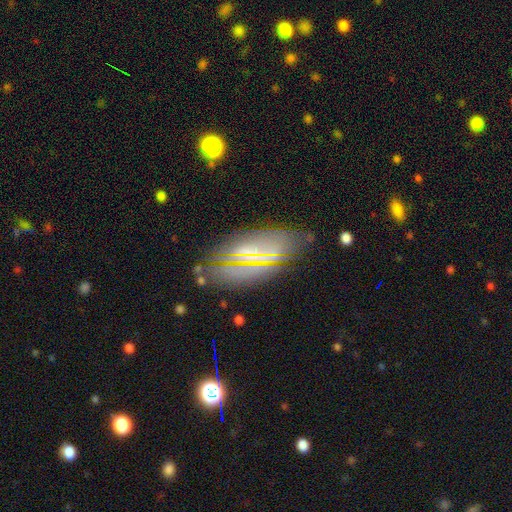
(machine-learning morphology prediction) type=featured or disk (47%); merging=none (78%).